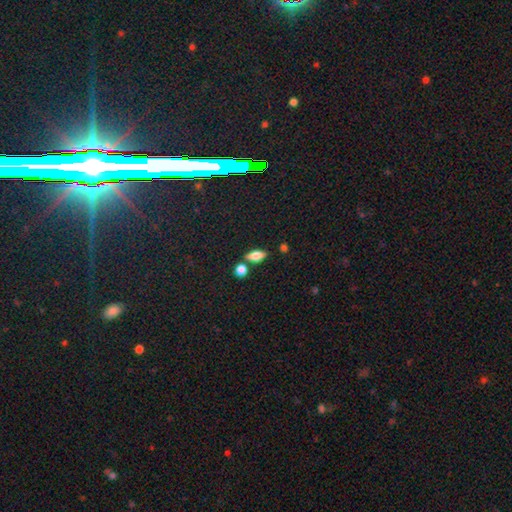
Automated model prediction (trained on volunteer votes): Smooth or featured? smooth (68%)
How rounded? in between (75%)
Merging? none (76%)